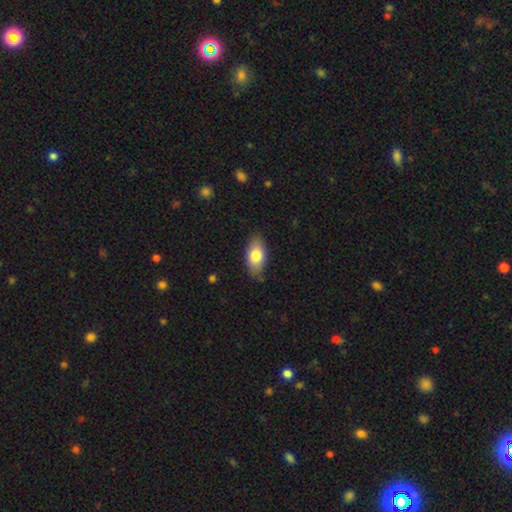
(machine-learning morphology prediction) smooth 78%, featured or disk 15%, star or artifact 6%. Down the decision tree: how rounded — in between (91%); merging — none (80%).